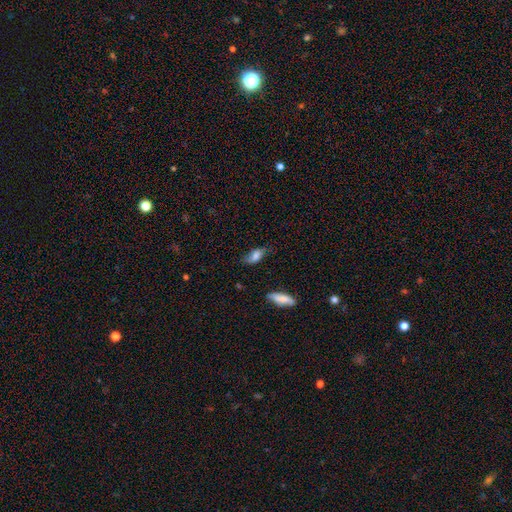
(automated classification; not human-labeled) This appears to be a smooth galaxy with no disk features (76%) that is in between round and cigar-shaped (81%). Merging: none (61%).